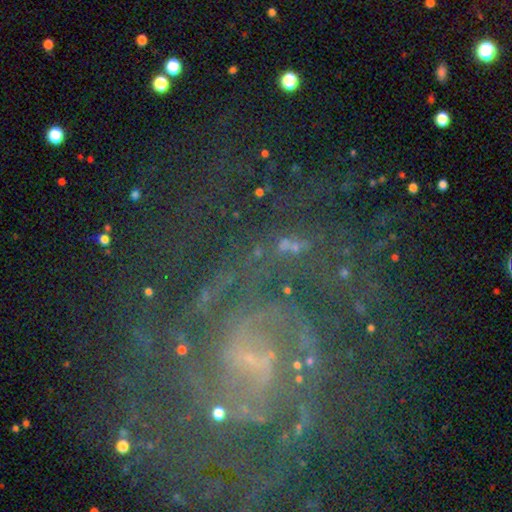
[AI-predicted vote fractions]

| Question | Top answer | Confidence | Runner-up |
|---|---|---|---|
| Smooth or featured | featured or disk | 71% | star or artifact (19%) |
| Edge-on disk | no | 98% | yes (2%) |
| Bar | weak | 39% | no (36%) |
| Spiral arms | yes | 93% | no (7%) |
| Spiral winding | tight | 48% | medium (39%) |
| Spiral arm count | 2 | 32% | can't tell (24%) |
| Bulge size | small | 69% | none (14%) |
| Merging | none | 66% | minor disturbance (16%) |